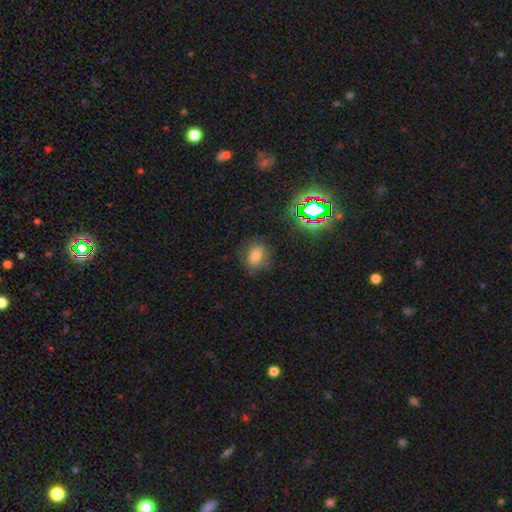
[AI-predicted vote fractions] This is likely a smooth galaxy (72%). How rounded: possibly round (59%). Merging: likely none (79%).